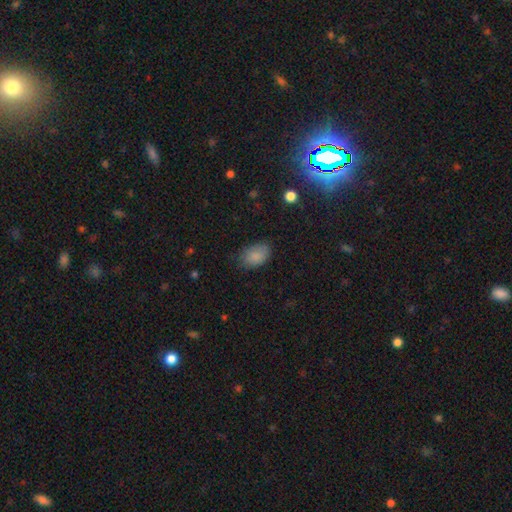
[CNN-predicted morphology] Q: Smooth or featured?
A: smooth (86%); runner-up: star or artifact (8%)
Q: How rounded?
A: in between (89%); runner-up: round (10%)
Q: Merging?
A: none (75%); runner-up: minor disturbance (20%)